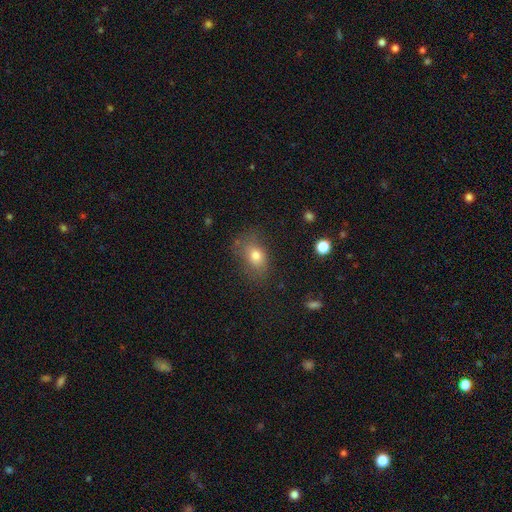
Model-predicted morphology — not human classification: Overall: smooth (75%). How rounded: in between (71%). Merging: none (62%; minor disturbance 23%).